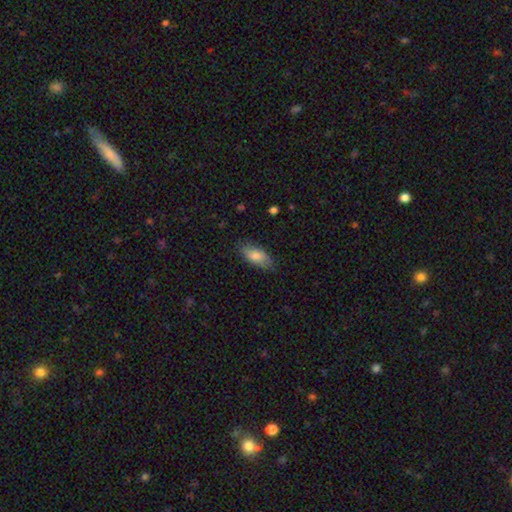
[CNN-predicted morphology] type=smooth (80%); roundness=in between (86%); merging=none (82%).